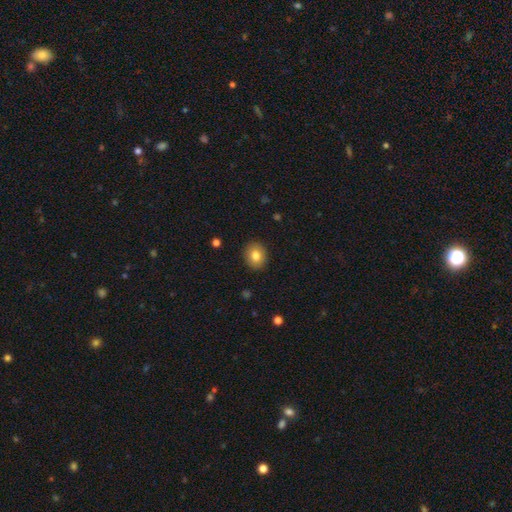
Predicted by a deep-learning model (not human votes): This is clearly a smooth galaxy (81%). How rounded: likely round (63%). Merging: clearly none (90%).